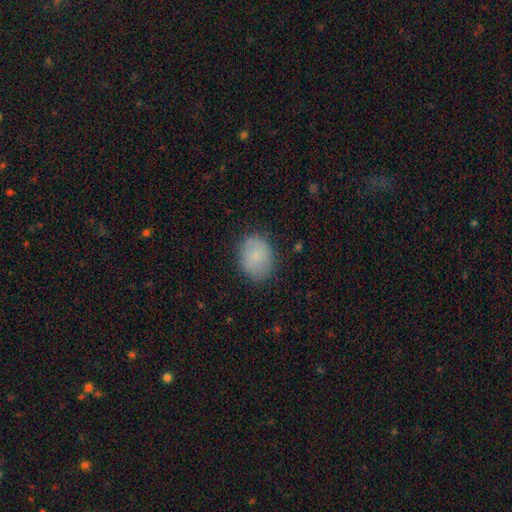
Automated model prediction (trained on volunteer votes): Overall: smooth (80%). How rounded: in between (54%; round 45%). Merging: none (81%).